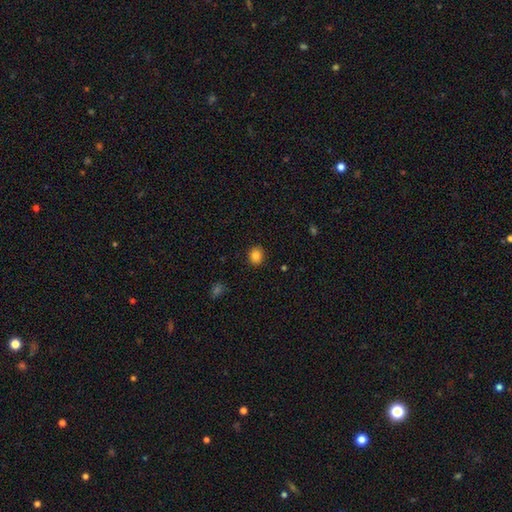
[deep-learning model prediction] Q: Smooth or featured?
A: smooth (85%); runner-up: star or artifact (10%)
Q: How rounded?
A: round (69%); runner-up: in between (30%)
Q: Merging?
A: none (90%); runner-up: minor disturbance (7%)